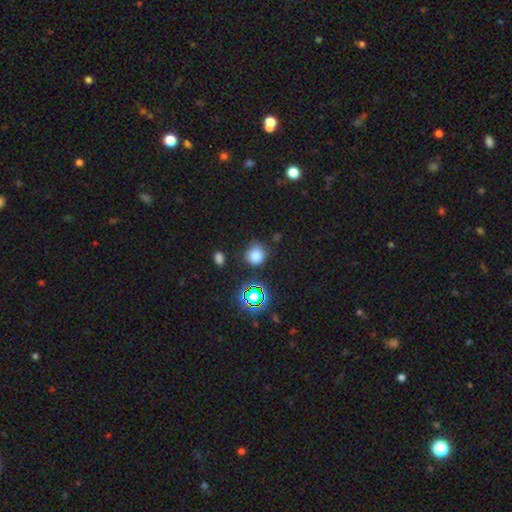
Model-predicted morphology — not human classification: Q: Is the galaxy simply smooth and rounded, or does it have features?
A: smooth — 75%.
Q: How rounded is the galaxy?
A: round — 86%.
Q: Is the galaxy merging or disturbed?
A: none — 75%.